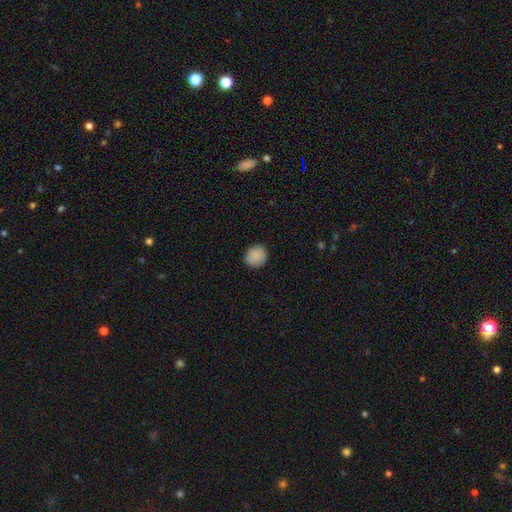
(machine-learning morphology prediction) This appears to be a smooth galaxy with no disk features (89%) that is round (83%). Merging: none (89%).